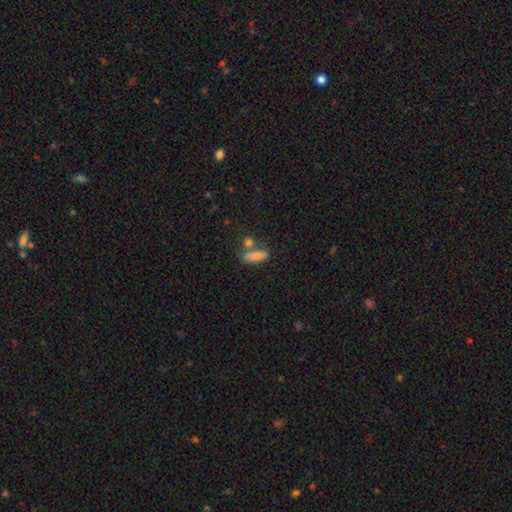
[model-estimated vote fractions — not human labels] Smooth or featured?
  - smooth: 83% *
  - star or artifact: 9%
  - featured or disk: 8%
How rounded?
  - in between: 50% *
  - cigar-shaped: 45%
  - round: 5%
Merging?
  - none: 56% *
  - merger: 23%
  - minor disturbance: 14%
  - major disturbance: 6%